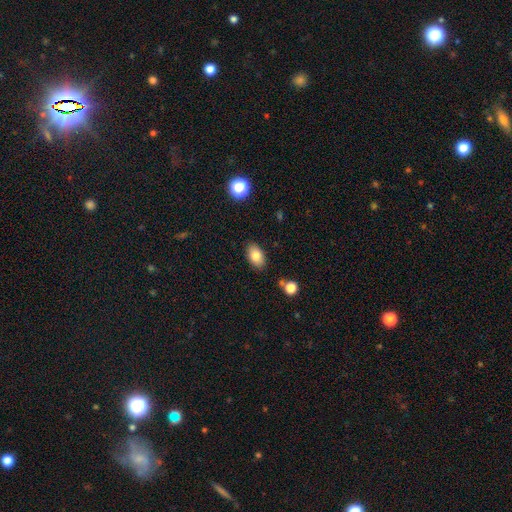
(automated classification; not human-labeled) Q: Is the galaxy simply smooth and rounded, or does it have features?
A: smooth — 83%.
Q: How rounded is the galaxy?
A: in between — 90%.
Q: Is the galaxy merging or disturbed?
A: none — 84%.